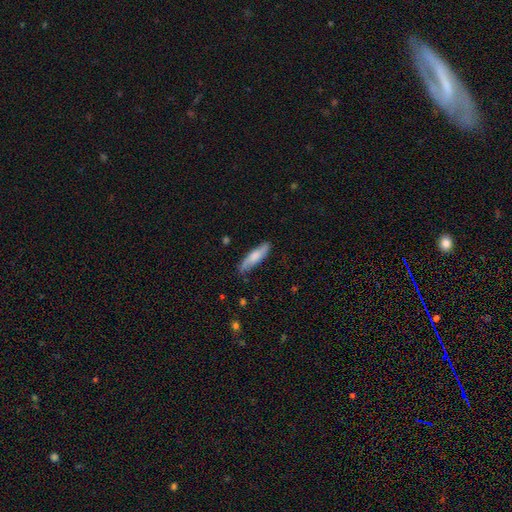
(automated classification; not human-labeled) smooth-or-featured: smooth: 66% | featured or disk: 28% | star or artifact: 6%
  how-rounded: cigar-shaped: 72% | in between: 27% | round: 2%
  merging: none: 83% | minor disturbance: 13% | major disturbance: 2% | merger: 1%